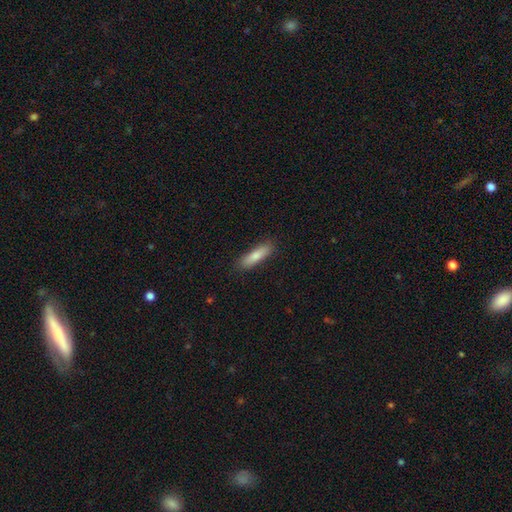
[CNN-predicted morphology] smooth-or-featured: smooth: 80% | featured or disk: 14% | star or artifact: 6%
  how-rounded: cigar-shaped: 71% | in between: 27% | round: 2%
  merging: none: 88% | minor disturbance: 9% | major disturbance: 2% | merger: 1%